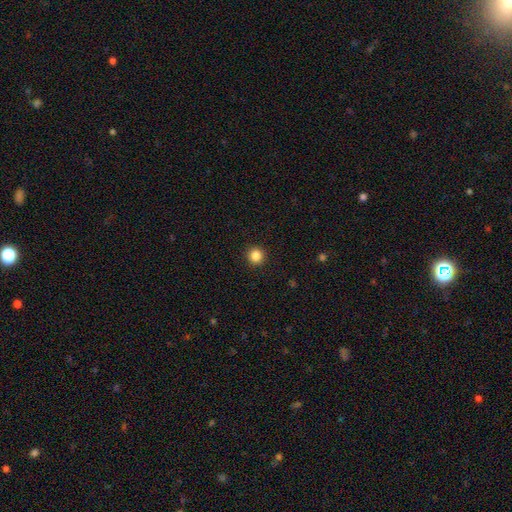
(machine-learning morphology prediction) smooth-or-featured: smooth: 85% | star or artifact: 11% | featured or disk: 4%
  how-rounded: round: 95% | in between: 4% | cigar-shaped: 1%
  merging: none: 93% | minor disturbance: 4% | major disturbance: 2% | merger: 1%